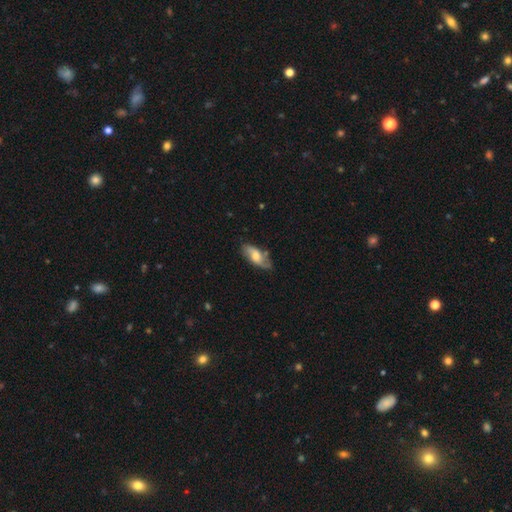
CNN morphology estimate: featured or disk 56%, smooth 37%, star or artifact 6%. Down the decision tree: edge-on disk — no (85%); merging — none (69%).